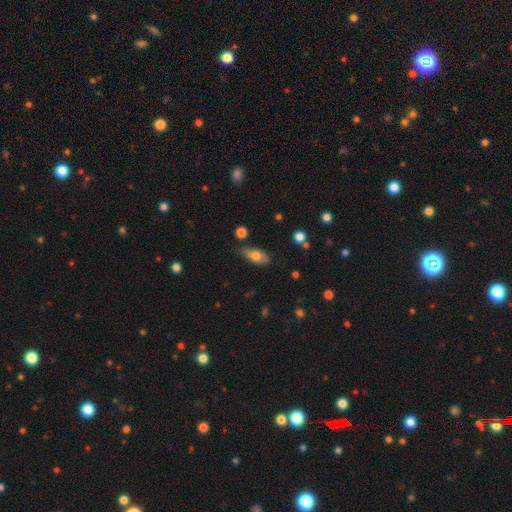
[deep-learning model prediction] Smooth or featured?
  - smooth: 69% *
  - featured or disk: 24%
  - star or artifact: 7%
How rounded?
  - in between: 78% *
  - cigar-shaped: 18%
  - round: 4%
Merging?
  - none: 67% *
  - minor disturbance: 25%
  - major disturbance: 5%
  - merger: 3%